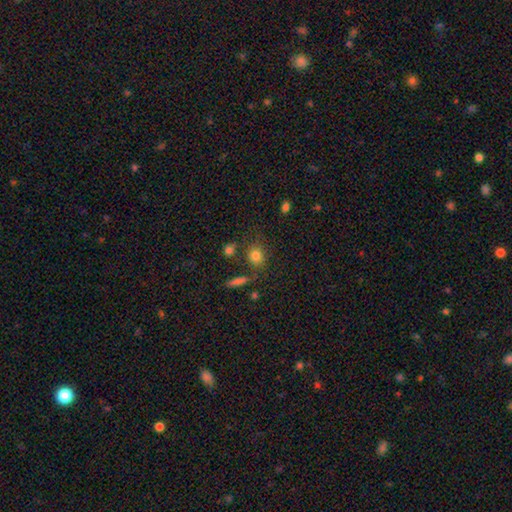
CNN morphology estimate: The model was most divided on "how rounded": round: 64%, in between: 33%, cigar-shaped: 2%. More confident: smooth or featured — smooth (81%); merging — none (73%).